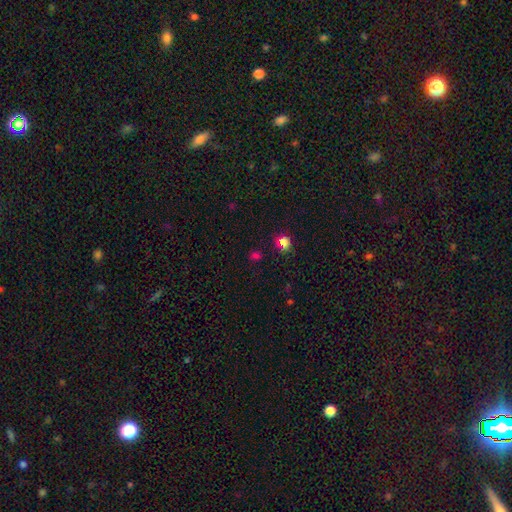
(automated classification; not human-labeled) Smooth or featured?
  - smooth: 58% *
  - star or artifact: 37%
  - featured or disk: 5%
How rounded?
  - round: 77% *
  - in between: 21%
  - cigar-shaped: 1%
Merging?
  - none: 81% *
  - minor disturbance: 11%
  - major disturbance: 4%
  - merger: 4%